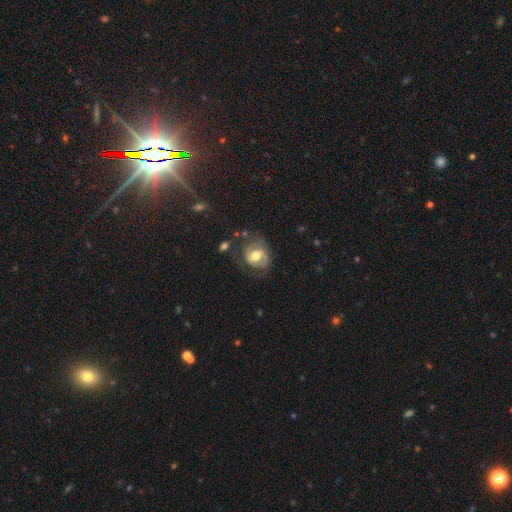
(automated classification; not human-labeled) smooth_or_featured: featured or disk (p=0.58) [alt: smooth p=0.35]
disk_edge_on: no (p=0.96) [alt: yes p=0.04]
bar: no (p=0.44) [alt: weak p=0.40]
has_spiral_arms: yes (p=0.69) [alt: no p=0.31]
bulge_size: moderate (p=0.64) [alt: large p=0.25]
merging: none (p=0.58) [alt: minor disturbance p=0.23]